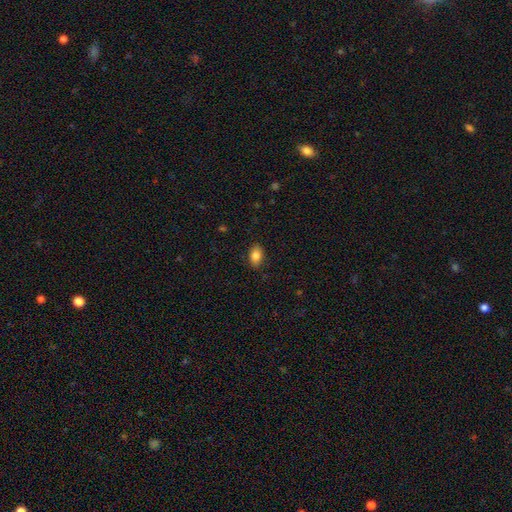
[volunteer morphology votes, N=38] type=smooth (84%); roundness=in between (100%); merging=none (94%).